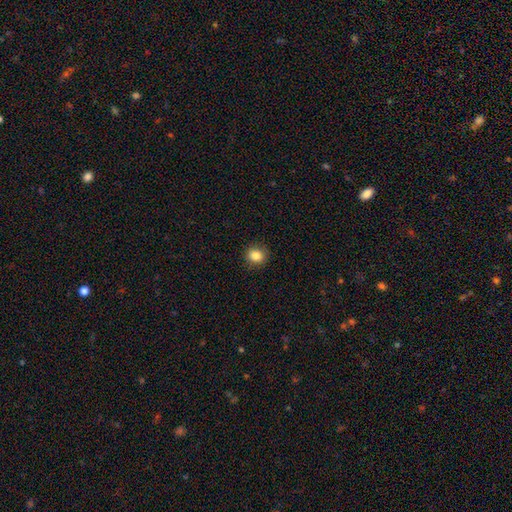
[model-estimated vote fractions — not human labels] smooth-or-featured: smooth: 85% | star or artifact: 10% | featured or disk: 5%
  how-rounded: round: 80% | in between: 19% | cigar-shaped: 1%
  merging: none: 90% | minor disturbance: 7% | major disturbance: 2% | merger: 1%